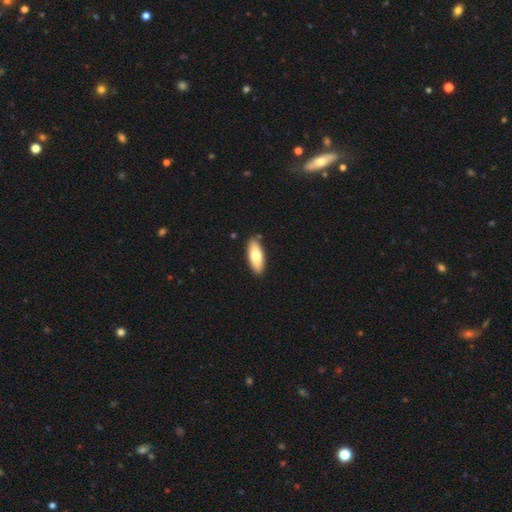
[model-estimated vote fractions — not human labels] The model was most divided on "how rounded": in between: 74%, cigar-shaped: 24%, round: 2%. More confident: merging — none (87%); smooth or featured — smooth (73%).